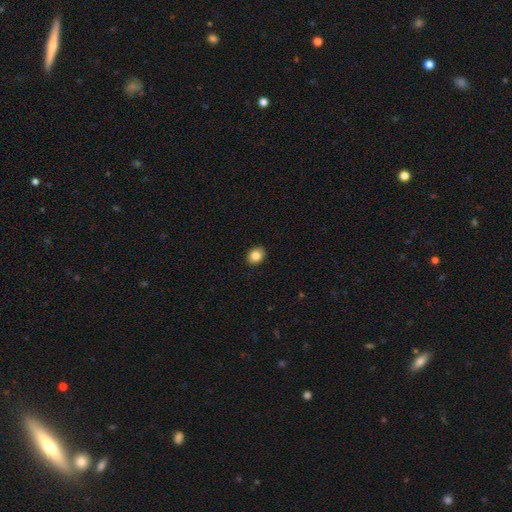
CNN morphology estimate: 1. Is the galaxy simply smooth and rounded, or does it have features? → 85% smooth, 9% star or artifact, 6% featured or disk.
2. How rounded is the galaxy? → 53% round, 46% in between, 1% cigar-shaped.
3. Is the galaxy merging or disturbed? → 90% none, 7% minor disturbance, 2% major disturbance, 1% merger.